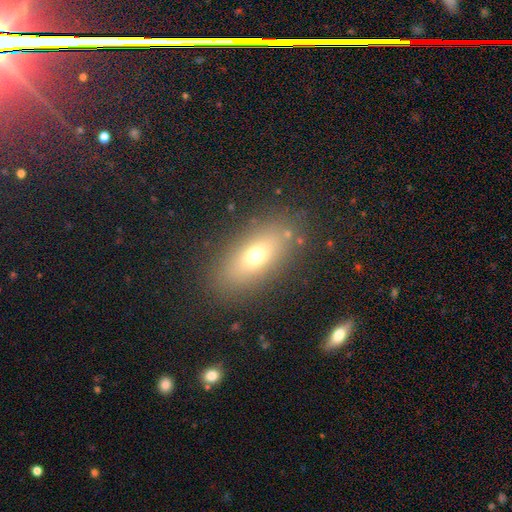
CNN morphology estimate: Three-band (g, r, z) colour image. It shows a smooth galaxy with no disk features (65%) that is in between round and cigar-shaped (77%). Merging: none (84%).